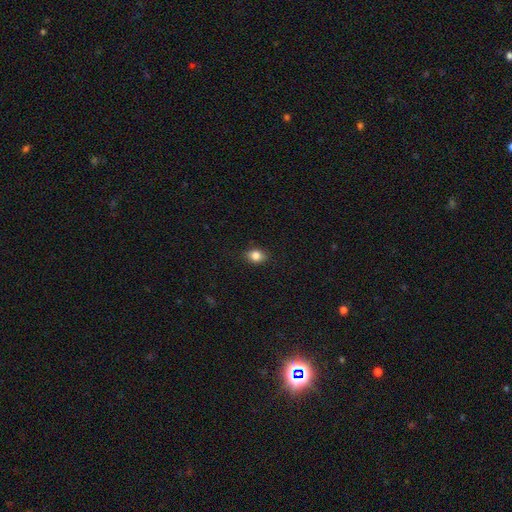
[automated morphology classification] smooth_or_featured: smooth (p=0.83) [alt: star or artifact p=0.10]
how_rounded: in between (p=0.61) [alt: round p=0.37]
merging: none (p=0.85) [alt: minor disturbance p=0.11]